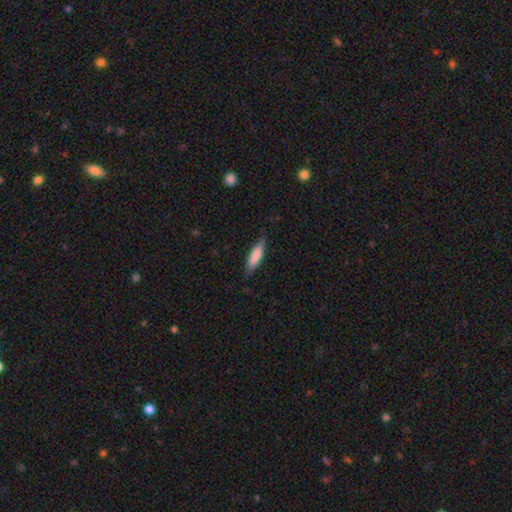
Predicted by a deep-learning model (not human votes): This is likely a smooth galaxy (79%). How rounded: likely cigar-shaped (61%). Merging: likely none (78%).